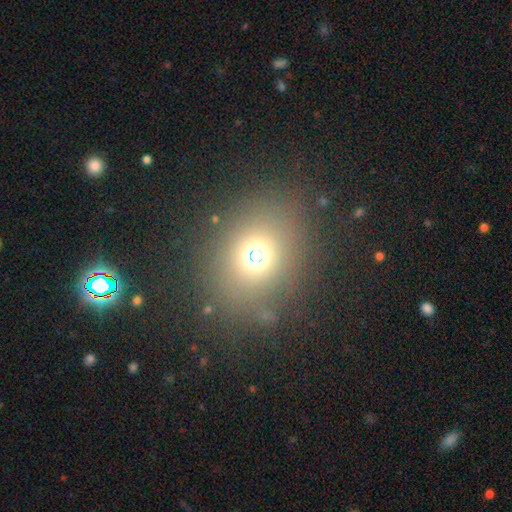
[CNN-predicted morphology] This is likely a smooth galaxy (65%). How rounded: likely round (69%). Merging: likely none (78%).